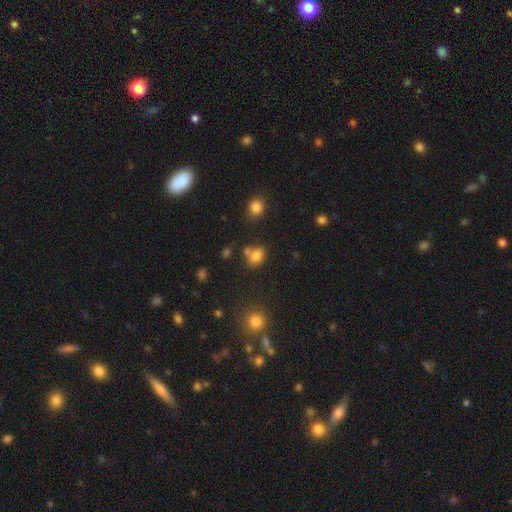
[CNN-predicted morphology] A smooth galaxy with no disk features (78%) that is in between round and cigar-shaped (58%). Merging: none (54%).